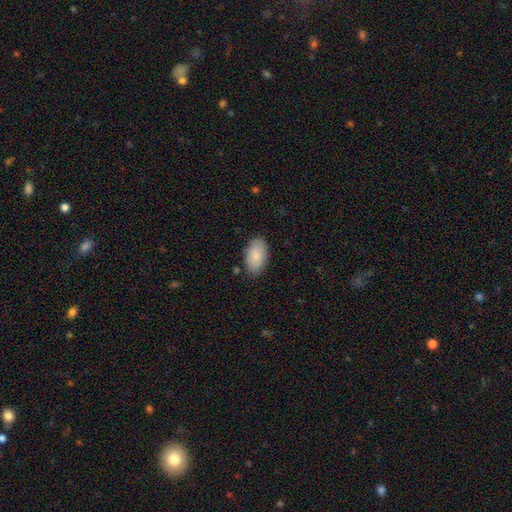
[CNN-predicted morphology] smooth-or-featured: smooth: 86% | featured or disk: 8% | star or artifact: 6%
  how-rounded: in between: 95% | round: 4% | cigar-shaped: 2%
  merging: none: 84% | minor disturbance: 12% | major disturbance: 3% | merger: 2%